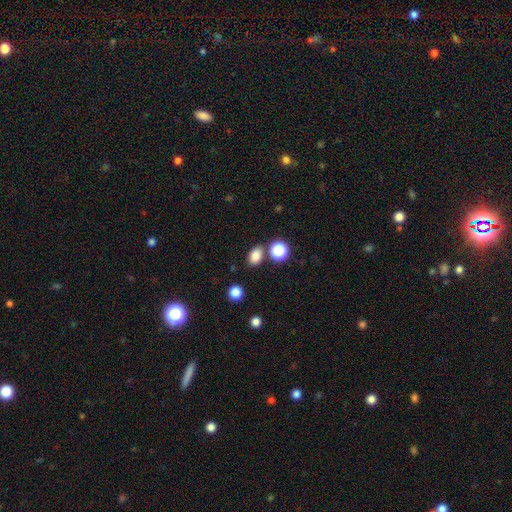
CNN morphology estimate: smooth-or-featured: smooth: 83% | star or artifact: 13% | featured or disk: 5%
  how-rounded: in between: 71% | round: 28% | cigar-shaped: 1%
  merging: none: 77% | minor disturbance: 10% | merger: 10% | major disturbance: 3%